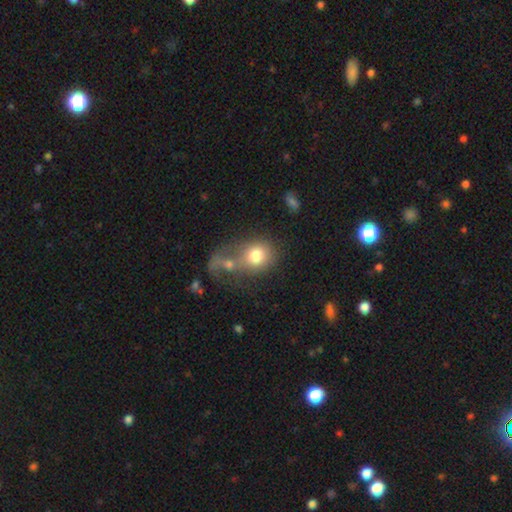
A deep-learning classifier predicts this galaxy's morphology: type=smooth (74%); roundness=round (65%); merging=merger (54%).